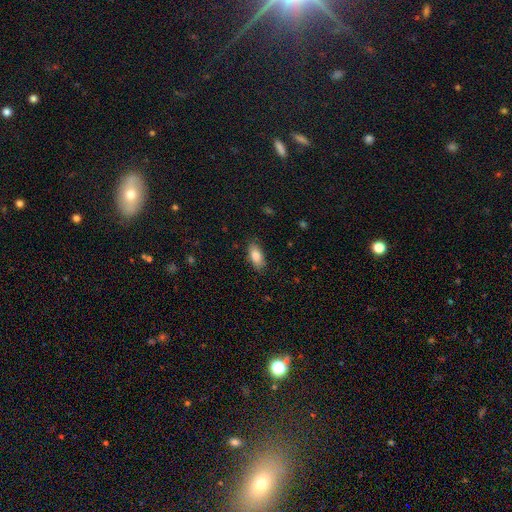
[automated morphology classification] Smooth or featured? Predicted: smooth (p=0.82). How rounded? Predicted: in between (p=0.86). Merging? Predicted: none (p=0.85).